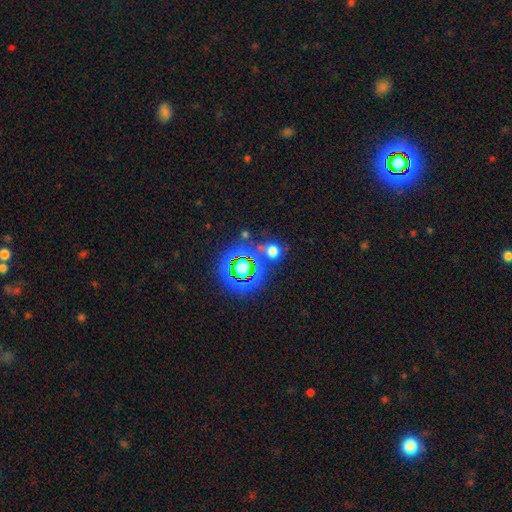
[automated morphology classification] type=star or artifact (73%).